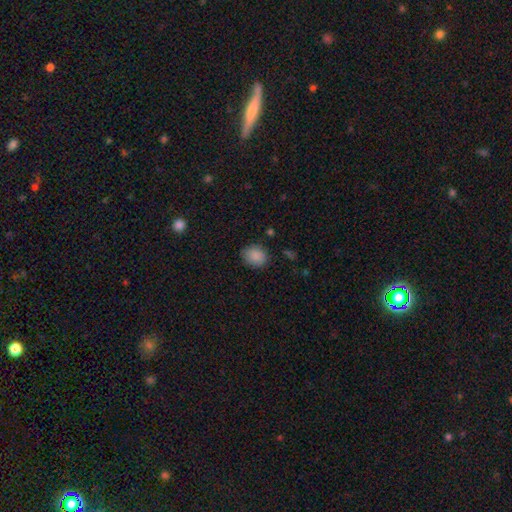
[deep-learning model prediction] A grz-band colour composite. It shows a smooth galaxy with no disk features (88%) that is round (56%). Merging: none (79%).